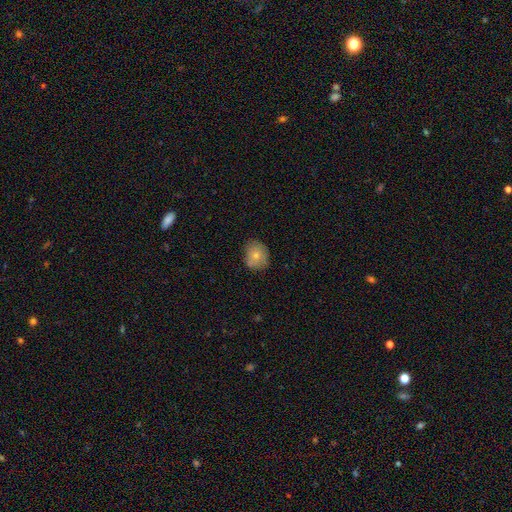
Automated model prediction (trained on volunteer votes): Overall: smooth (73%). How rounded: round (65%; in between 34%). Merging: none (70%).